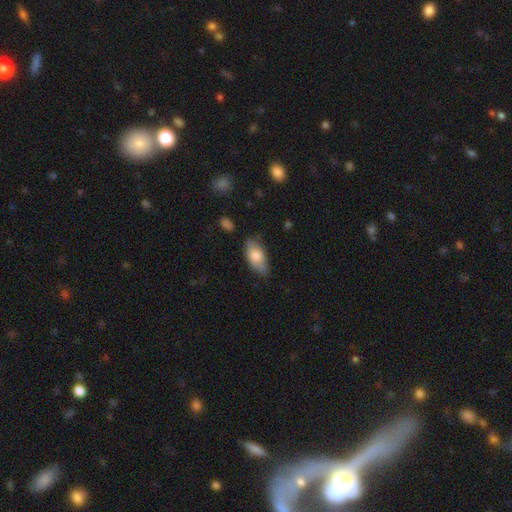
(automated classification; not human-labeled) This appears to be a smooth galaxy with no disk features (78%) that is in between round and cigar-shaped (91%). Merging: none (68%).